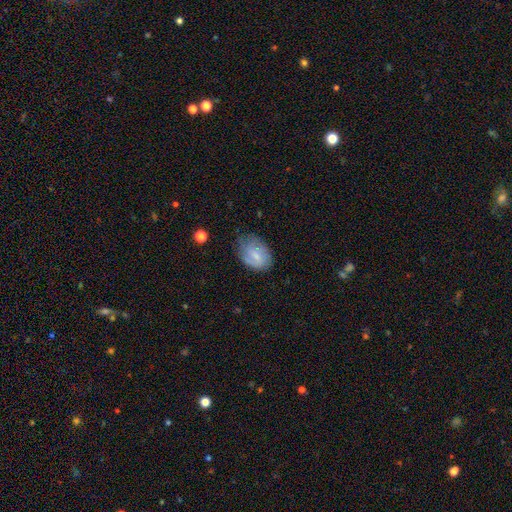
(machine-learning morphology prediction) Smooth or featured: smooth — 54% (featured or disk — 38%)
How rounded: in between — 77% (round — 22%)
Merging: none — 53% (minor disturbance — 33%)